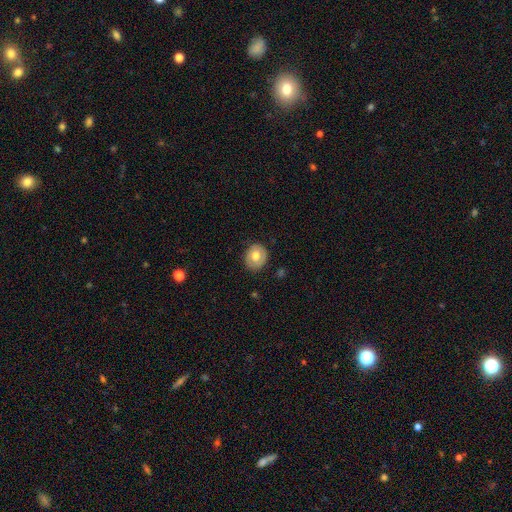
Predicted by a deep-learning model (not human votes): Smooth or featured? Predicted: smooth (p=0.66). How rounded? Predicted: round (p=0.69). Merging? Predicted: none (p=0.83).